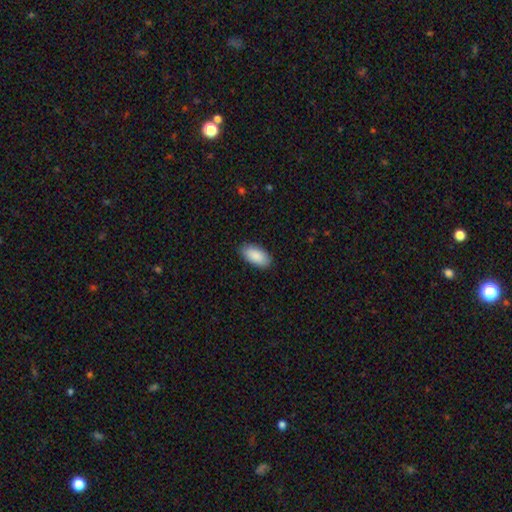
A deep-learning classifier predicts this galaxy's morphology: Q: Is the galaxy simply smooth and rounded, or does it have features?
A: smooth — 90%.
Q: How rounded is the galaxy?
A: in between — 94%.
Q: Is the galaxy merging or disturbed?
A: none — 88%.